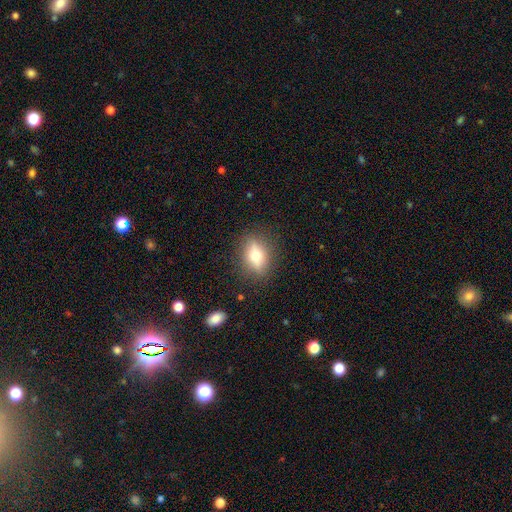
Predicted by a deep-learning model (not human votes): Overall: smooth (51%; featured or disk 40%). How rounded: in between (64%). Merging: none (84%).